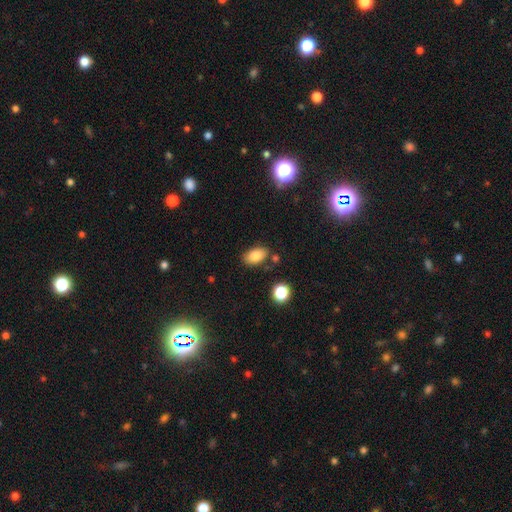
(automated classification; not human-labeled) smooth 84%, star or artifact 9%, featured or disk 7%. Down the decision tree: how rounded — in between (91%); merging — none (79%).